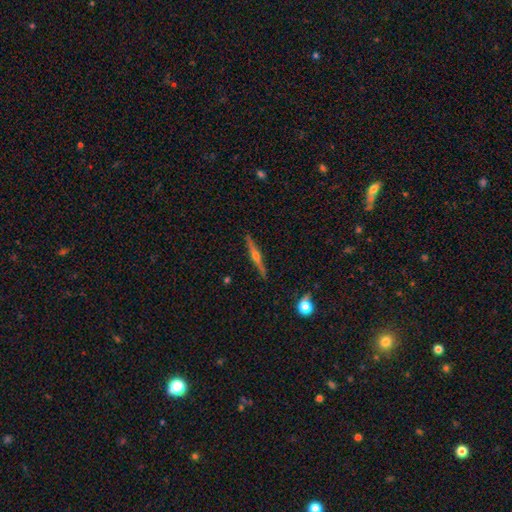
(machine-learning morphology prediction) The model was most divided on "smooth or featured": featured or disk: 73%, smooth: 21%, star or artifact: 6%. More confident: edge-on disk — yes (97%); edge-on bulge — rounded (90%); merging — none (90%).